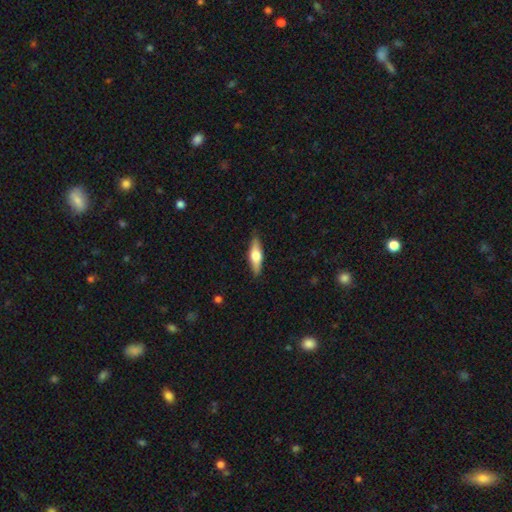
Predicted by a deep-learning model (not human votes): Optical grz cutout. It shows a smooth galaxy with no disk features (53%) that is cigar-shaped (52%). Merging: none (87%).